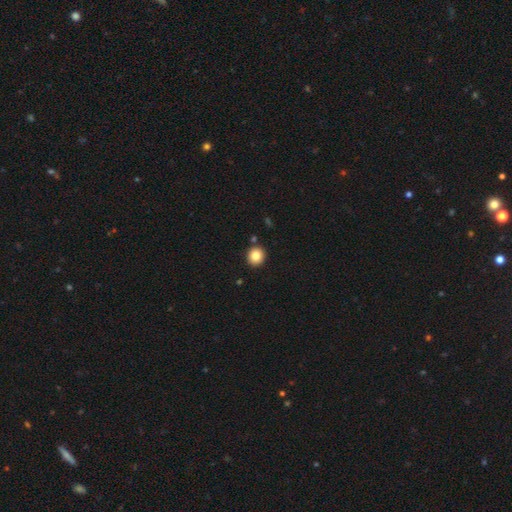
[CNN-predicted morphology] Smooth or featured?
  - smooth: 84% *
  - star or artifact: 10%
  - featured or disk: 6%
How rounded?
  - round: 90% *
  - in between: 9%
  - cigar-shaped: 1%
Merging?
  - none: 89% *
  - minor disturbance: 6%
  - merger: 3%
  - major disturbance: 2%